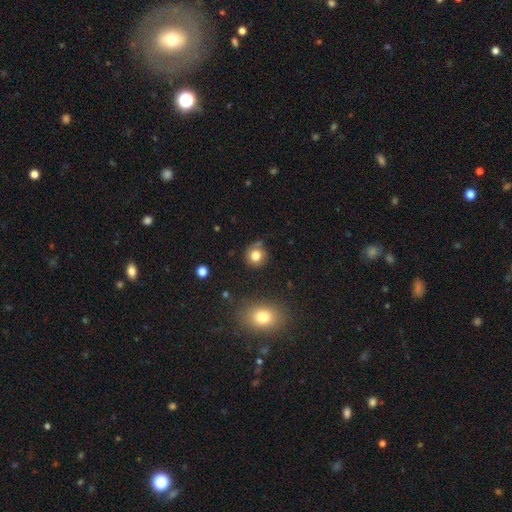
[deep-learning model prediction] smooth-or-featured: smooth: 80% | star or artifact: 12% | featured or disk: 8%
  how-rounded: round: 89% | in between: 10% | cigar-shaped: 1%
  merging: none: 77% | minor disturbance: 14% | merger: 5% | major disturbance: 4%